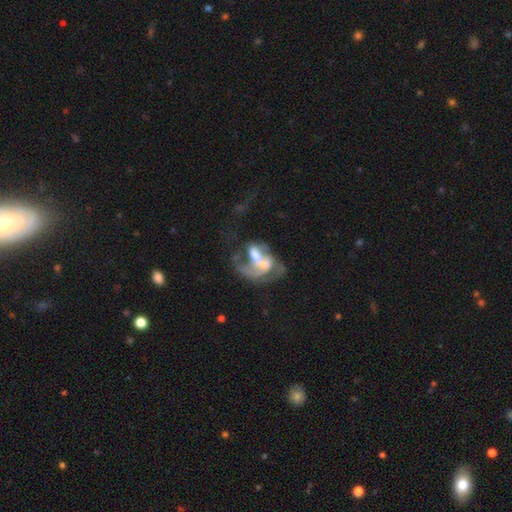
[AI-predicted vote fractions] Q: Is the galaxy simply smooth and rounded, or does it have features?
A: featured or disk — 64%.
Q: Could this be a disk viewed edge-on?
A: no — 97%.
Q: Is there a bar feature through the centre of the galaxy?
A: no — 65%.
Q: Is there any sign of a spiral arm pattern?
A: yes — 52%.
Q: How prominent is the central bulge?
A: moderate — 42%.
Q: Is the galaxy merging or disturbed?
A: merger — 58%.